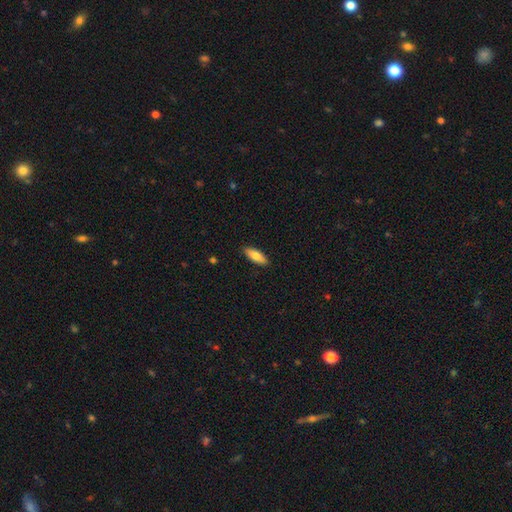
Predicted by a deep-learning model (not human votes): A smooth galaxy with no disk features (79%) that is in between round and cigar-shaped (69%).

Vote fractions:
- Smooth or featured? smooth: 79% / featured or disk: 15% / star or artifact: 6%
- How rounded? in between: 69% / cigar-shaped: 29% / round: 2%
- Merging? none: 89% / minor disturbance: 8% / major disturbance: 2% / merger: 1%